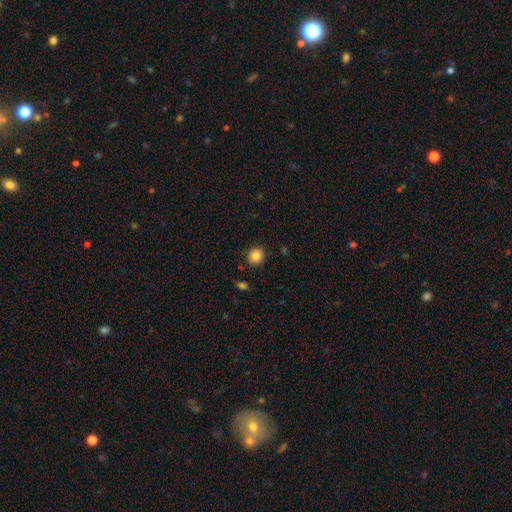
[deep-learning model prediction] A smooth galaxy with no disk features (85%) that is round (83%). Merging: none (89%).